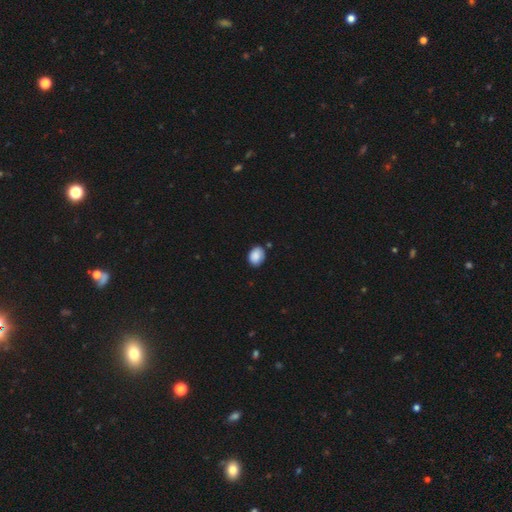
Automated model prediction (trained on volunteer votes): smooth 88%, star or artifact 8%, featured or disk 5%. Down the decision tree: how rounded — in between (64%); merging — none (78%).